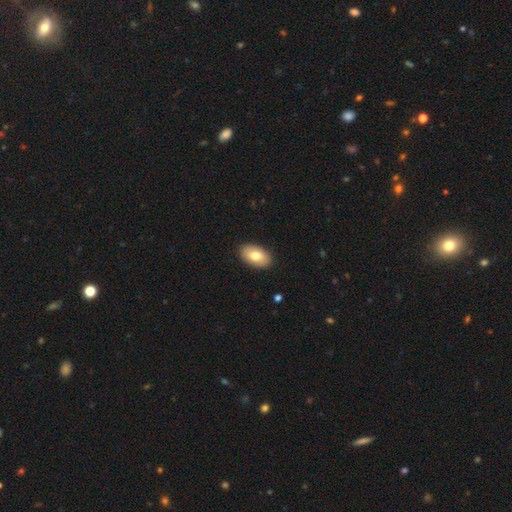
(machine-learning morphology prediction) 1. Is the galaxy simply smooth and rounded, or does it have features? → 77% smooth, 17% featured or disk, 6% star or artifact.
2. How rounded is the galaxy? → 94% in between, 5% round, 1% cigar-shaped.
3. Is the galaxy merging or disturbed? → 90% none, 7% minor disturbance, 2% major disturbance, 1% merger.